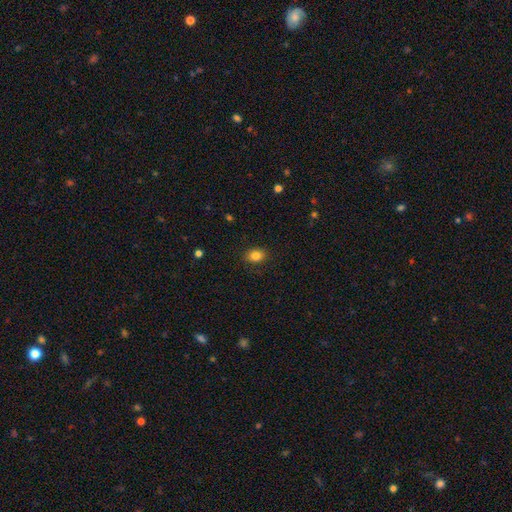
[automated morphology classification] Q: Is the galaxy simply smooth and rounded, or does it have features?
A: smooth — 84%.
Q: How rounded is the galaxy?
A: in between — 65%.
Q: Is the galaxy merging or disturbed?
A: none — 88%.